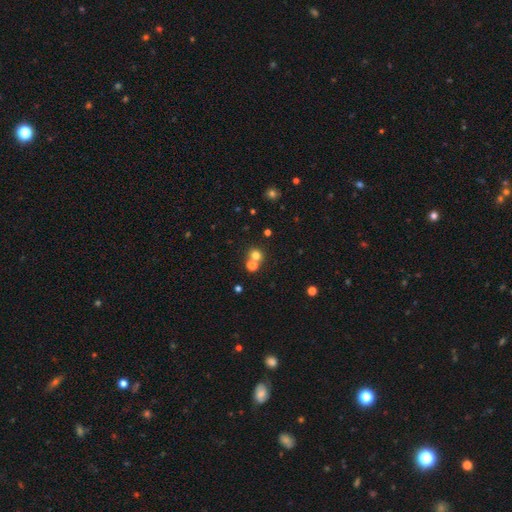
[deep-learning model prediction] Smooth or featured? Predicted: smooth (p=0.72). How rounded? Predicted: round (p=0.86). Merging? Predicted: none (p=0.59).